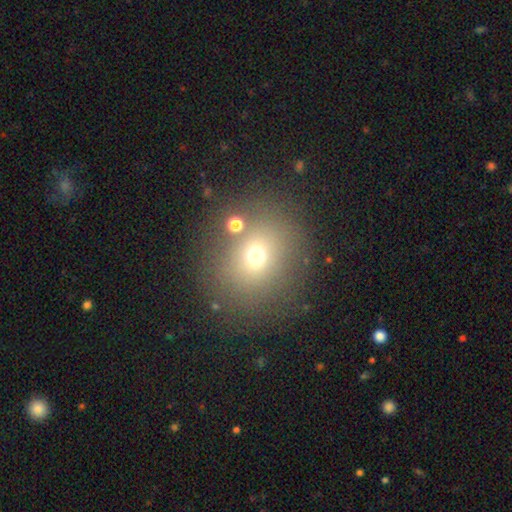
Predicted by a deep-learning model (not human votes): The model was most divided on "smooth or featured": smooth: 67%, star or artifact: 21%, featured or disk: 12%. More confident: merging — none (77%); how rounded — round (74%).